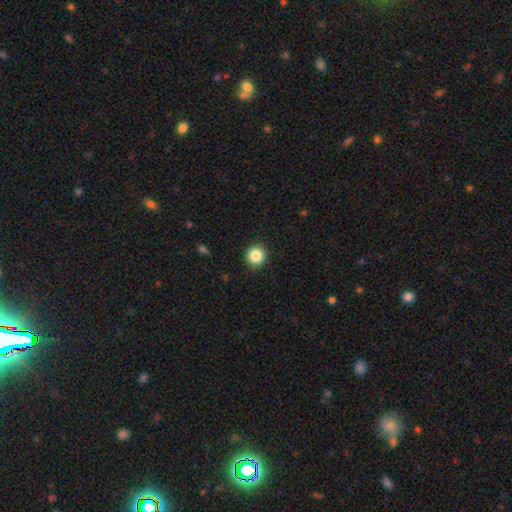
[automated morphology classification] smooth-or-featured: smooth: 86% | star or artifact: 10% | featured or disk: 4%
  how-rounded: round: 94% | in between: 5% | cigar-shaped: 1%
  merging: none: 91% | minor disturbance: 6% | major disturbance: 2% | merger: 1%